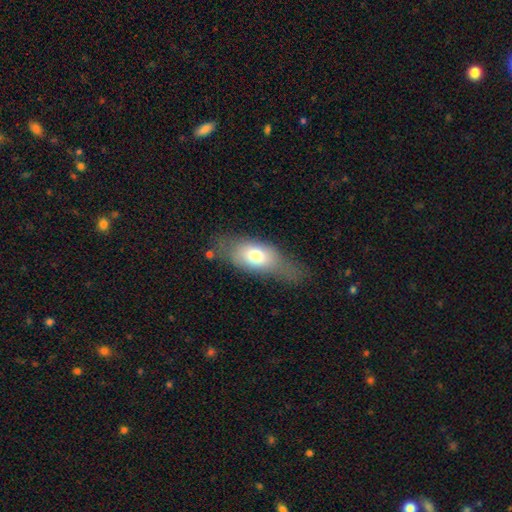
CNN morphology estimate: Smooth or featured? Predicted: smooth (p=0.69). How rounded? Predicted: in between (p=0.82). Merging? Predicted: none (p=0.49).